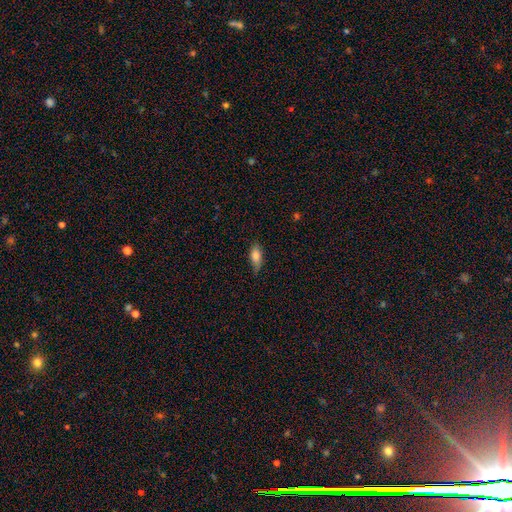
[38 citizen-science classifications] This appears to be a smooth galaxy with no disk features (79%) that is in between round and cigar-shaped (63%). Merging: minor disturbance (53%).